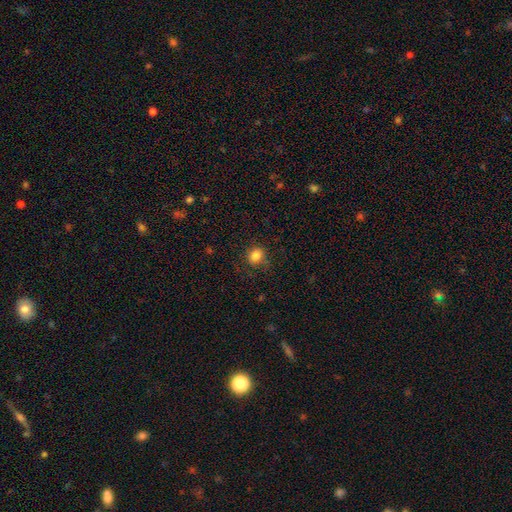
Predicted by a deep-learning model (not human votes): Smooth or featured: smooth — 84% (star or artifact — 11%)
How rounded: round — 70% (in between — 29%)
Merging: none — 79% (minor disturbance — 15%)